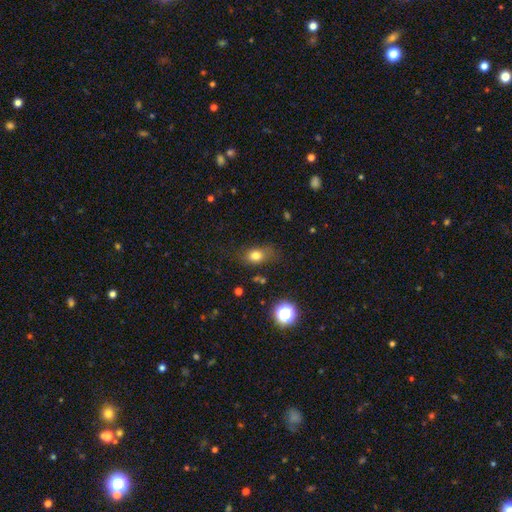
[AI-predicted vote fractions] Smooth or featured? Predicted: smooth (p=0.77). How rounded? Predicted: in between (p=0.63). Merging? Predicted: none (p=0.67).